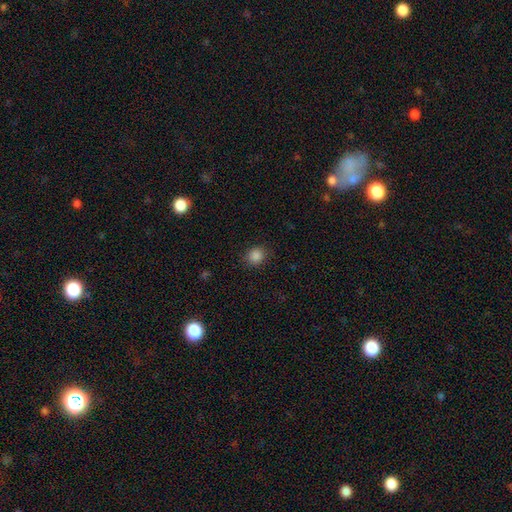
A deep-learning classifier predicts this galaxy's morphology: Overall: smooth (86%). How rounded: round (81%). Merging: none (87%).